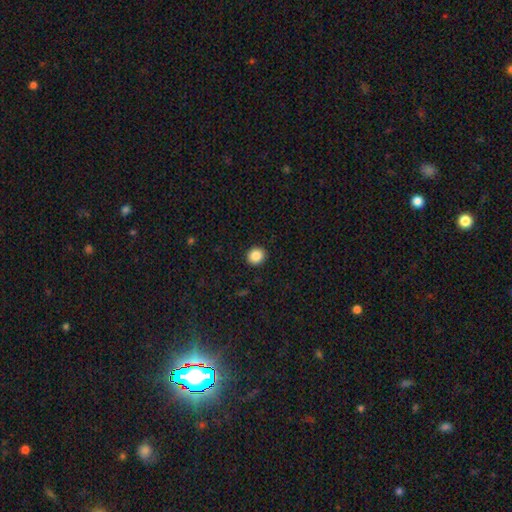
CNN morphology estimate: Smooth or featured?
  - smooth: 87% *
  - star or artifact: 9%
  - featured or disk: 3%
How rounded?
  - round: 86% *
  - in between: 13%
  - cigar-shaped: 1%
Merging?
  - none: 93% *
  - minor disturbance: 5%
  - major disturbance: 2%
  - merger: 1%